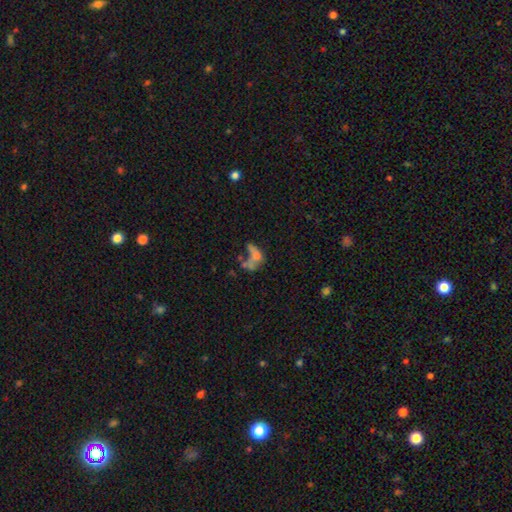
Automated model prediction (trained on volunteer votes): The model was most divided on "smooth or featured": smooth: 44%, featured or disk: 37%, star or artifact: 19%. Remaining: merging — merger (42%).